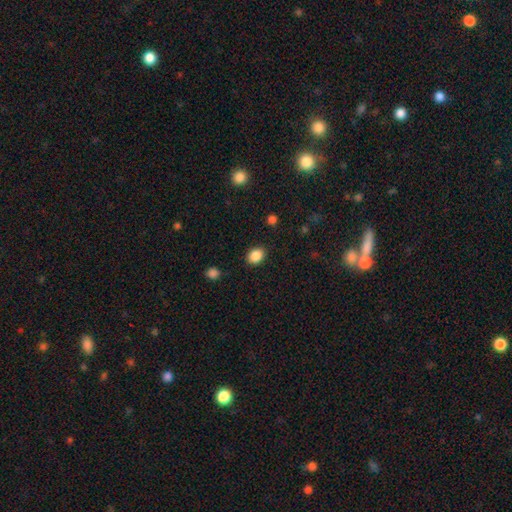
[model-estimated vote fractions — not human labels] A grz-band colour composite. It shows a smooth galaxy with no disk features (88%) that is in between round and cigar-shaped (60%). Merging: none (87%).